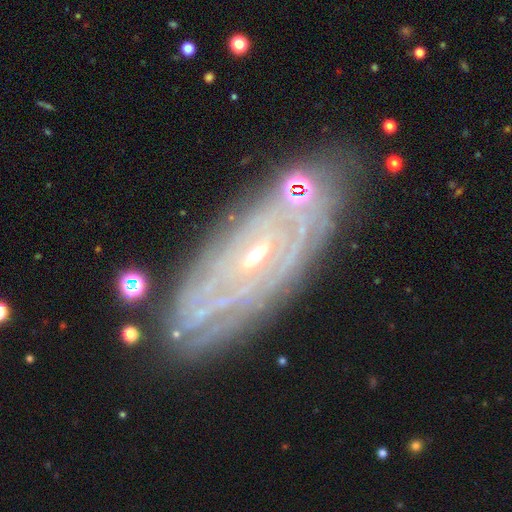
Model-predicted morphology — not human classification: This is clearly a featured or disk galaxy (84%). It is clearly not viewed edge-on (85%). Bar: likely no (63%). Spiral arm pattern: clearly yes (89%). Spiral arm count: possibly can't tell (53%). Spiral winding: clearly tight (80%). Central bulge: likely small (75%). Merging: likely none (78%).